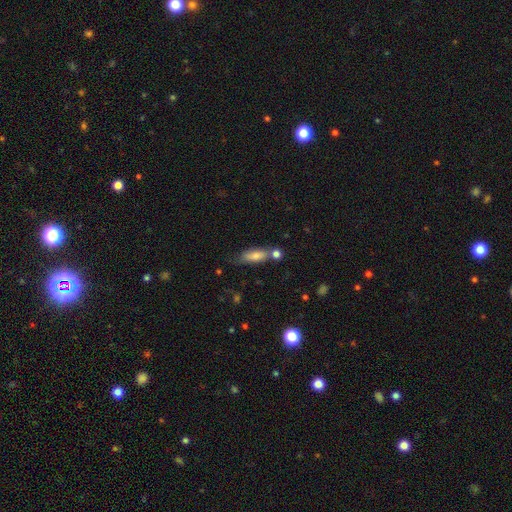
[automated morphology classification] smooth-or-featured: smooth: 76% | featured or disk: 16% | star or artifact: 8%
  how-rounded: in between: 61% | cigar-shaped: 35% | round: 3%
  merging: none: 52% | merger: 22% | minor disturbance: 20% | major disturbance: 7%